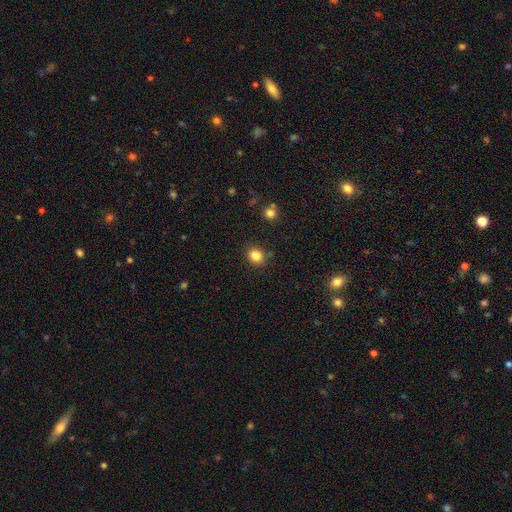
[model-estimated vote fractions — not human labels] The model was most divided on "how rounded": round: 74%, in between: 25%, cigar-shaped: 1%. More confident: merging — none (87%); smooth or featured — smooth (83%).